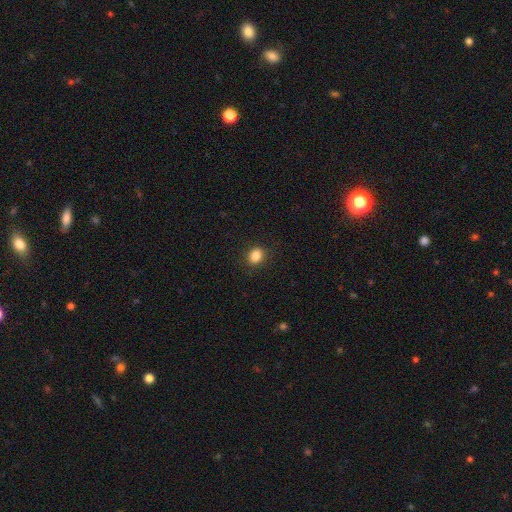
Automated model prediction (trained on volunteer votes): Smooth or featured?
  - smooth: 86% *
  - star or artifact: 10%
  - featured or disk: 4%
How rounded?
  - in between: 50% *
  - round: 49%
  - cigar-shaped: 1%
Merging?
  - none: 89% *
  - minor disturbance: 8%
  - major disturbance: 2%
  - merger: 1%